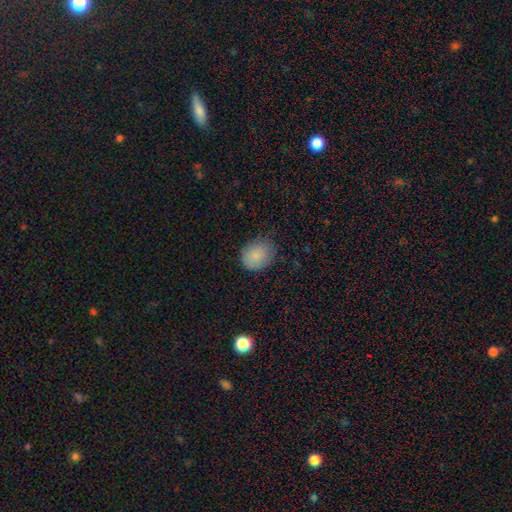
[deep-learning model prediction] Morphology: type=smooth (85%); roundness=round (62%); merging=none (66%).